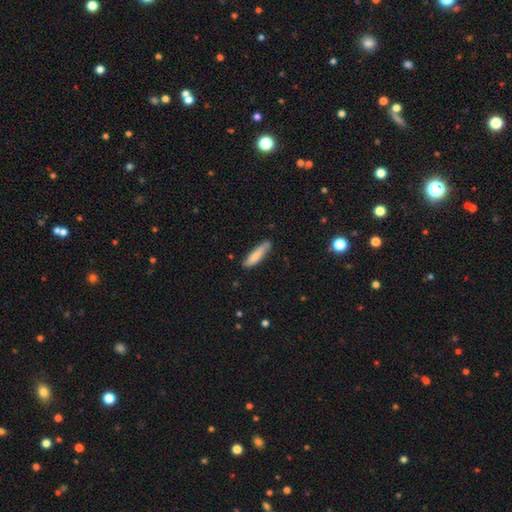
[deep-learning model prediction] Smooth or featured: smooth — 78% (featured or disk — 16%)
How rounded: cigar-shaped — 76% (in between — 22%)
Merging: none — 72% (minor disturbance — 22%)